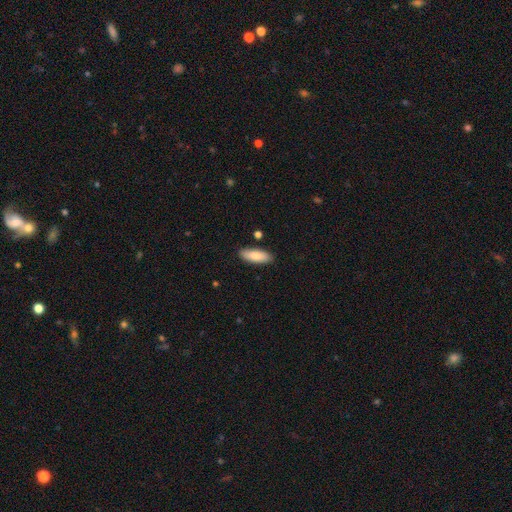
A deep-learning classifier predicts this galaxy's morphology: This is clearly a smooth galaxy (83%). How rounded: likely in between (68%). Merging: clearly none (86%).